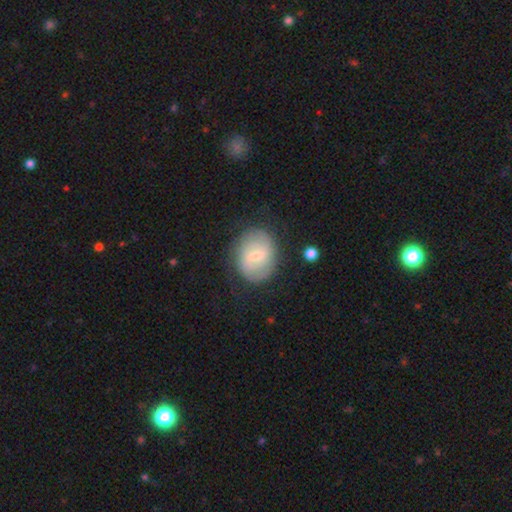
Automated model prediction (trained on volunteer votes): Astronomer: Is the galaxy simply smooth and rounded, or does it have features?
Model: featured or disk — 61%.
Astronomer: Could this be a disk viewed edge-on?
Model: no — 97%.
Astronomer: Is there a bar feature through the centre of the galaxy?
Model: weak — 62%.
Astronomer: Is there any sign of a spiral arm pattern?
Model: yes — 81%.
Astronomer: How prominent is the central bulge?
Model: small — 60%.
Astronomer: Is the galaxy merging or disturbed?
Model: none — 77%.